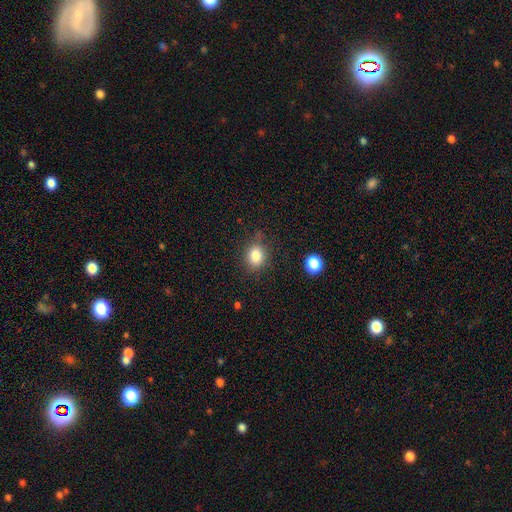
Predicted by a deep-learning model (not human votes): The model was most divided on "how rounded": round: 51%, in between: 48%, cigar-shaped: 1%. More confident: smooth or featured — smooth (83%); merging — none (79%).